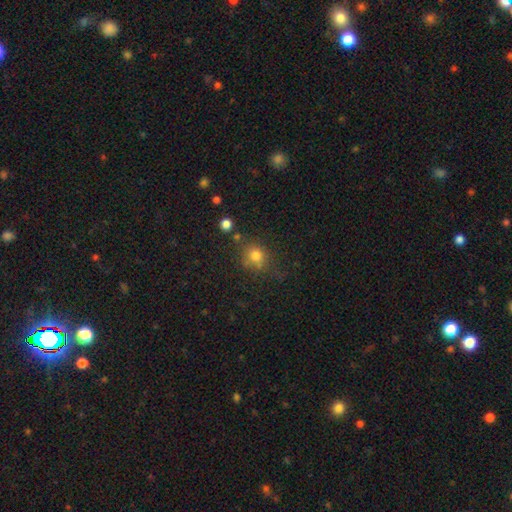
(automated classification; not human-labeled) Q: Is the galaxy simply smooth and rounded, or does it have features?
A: smooth — 76%.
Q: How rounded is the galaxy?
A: round — 75%.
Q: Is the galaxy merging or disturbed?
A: none — 63%.